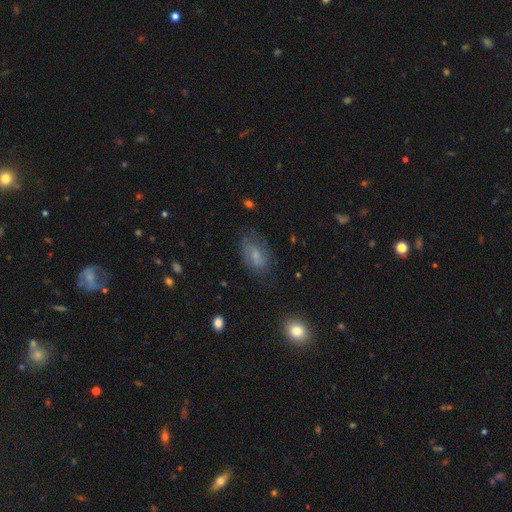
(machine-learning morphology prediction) smooth-or-featured: smooth: 56% | featured or disk: 33% | star or artifact: 11%
  how-rounded: in between: 87% | round: 10% | cigar-shaped: 3%
  merging: none: 64% | minor disturbance: 23% | major disturbance: 11% | merger: 2%